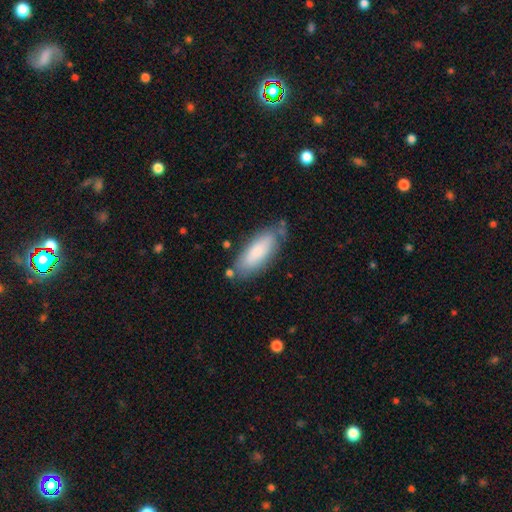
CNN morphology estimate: Smooth or featured: smooth — 78% (featured or disk — 16%)
How rounded: in between — 73% (cigar-shaped — 25%)
Merging: none — 72% (minor disturbance — 19%)